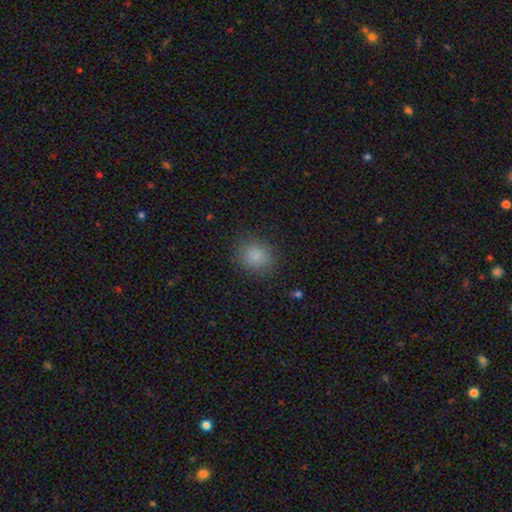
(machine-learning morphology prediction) This is clearly a smooth galaxy (84%). How rounded: likely round (71%). Merging: clearly none (85%).